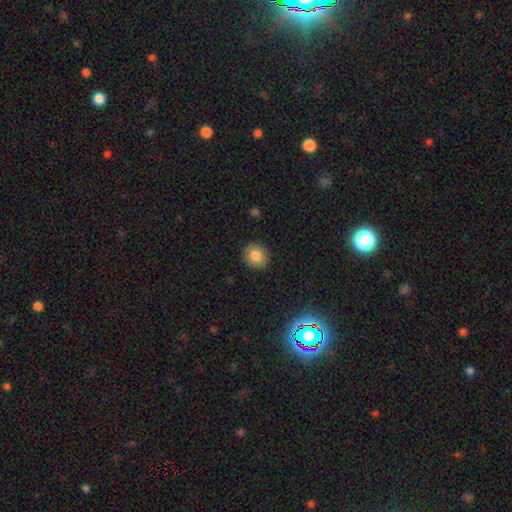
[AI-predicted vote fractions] Q: Smooth or featured?
A: smooth (82%); runner-up: star or artifact (10%)
Q: How rounded?
A: round (83%); runner-up: in between (16%)
Q: Merging?
A: none (89%); runner-up: minor disturbance (8%)